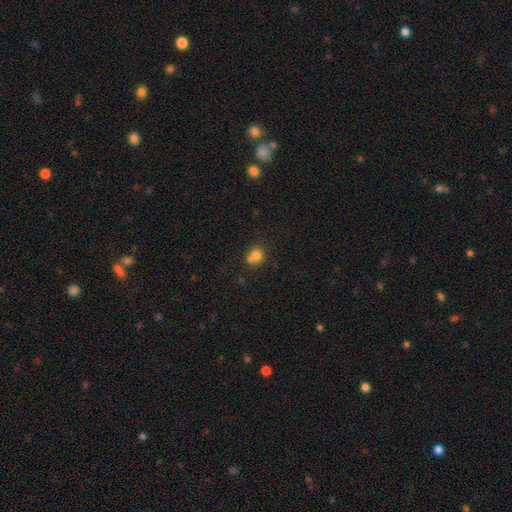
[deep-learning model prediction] This is likely a smooth galaxy (76%). How rounded: likely round (77%). Merging: marginally none (43%).